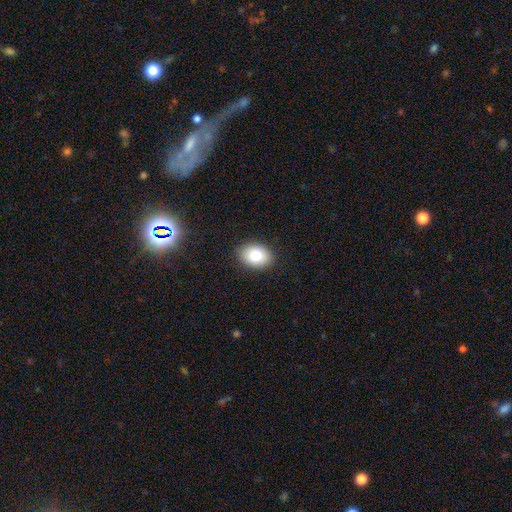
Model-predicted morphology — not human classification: The model was most divided on "how rounded": in between: 74%, round: 25%, cigar-shaped: 1%. More confident: merging — none (88%); smooth or featured — smooth (80%).